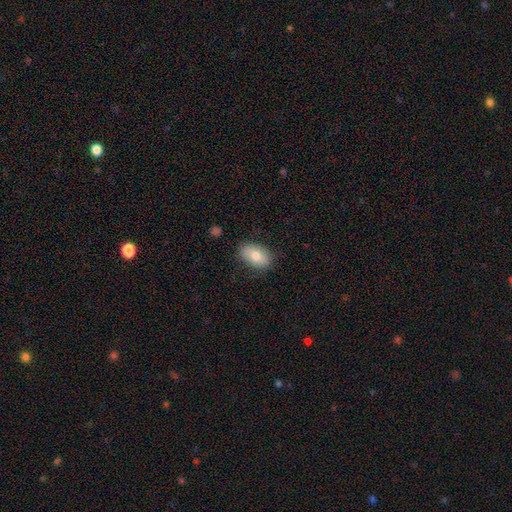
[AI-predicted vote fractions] This appears to be a smooth galaxy with no disk features (79%) that is in between round and cigar-shaped (91%). Merging: none (82%).